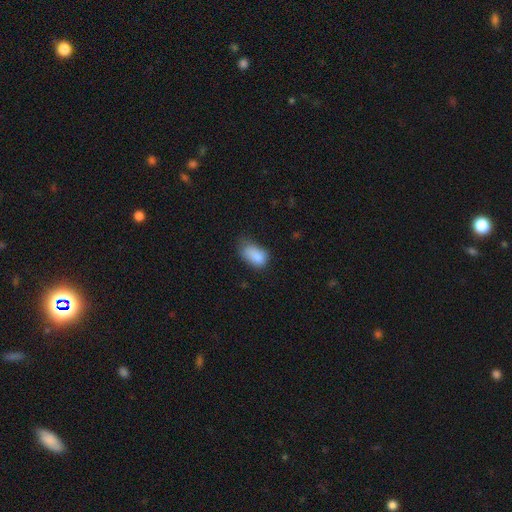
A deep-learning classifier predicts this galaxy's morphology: A smooth galaxy with no disk features (83%) that is in between round and cigar-shaped (89%).

Vote fractions:
- Smooth or featured? smooth: 83% / star or artifact: 9% / featured or disk: 8%
- How rounded? in between: 89% / round: 9% / cigar-shaped: 2%
- Merging? minor disturbance: 42% / none: 37% / major disturbance: 17% / merger: 5%